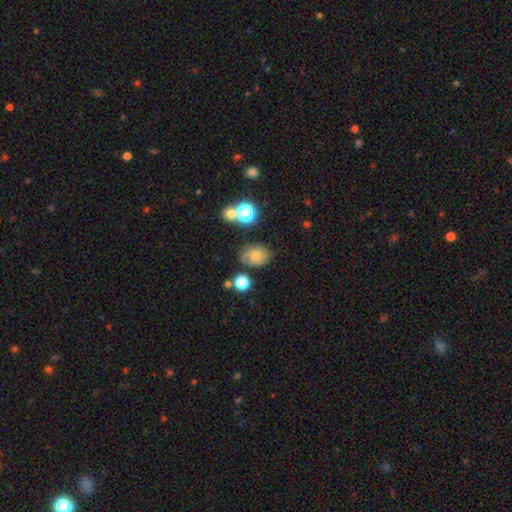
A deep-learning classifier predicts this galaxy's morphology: Smooth or featured: smooth — 52% (featured or disk — 33%)
How rounded: in between — 54% (round — 45%)
Merging: none — 65% (minor disturbance — 22%)